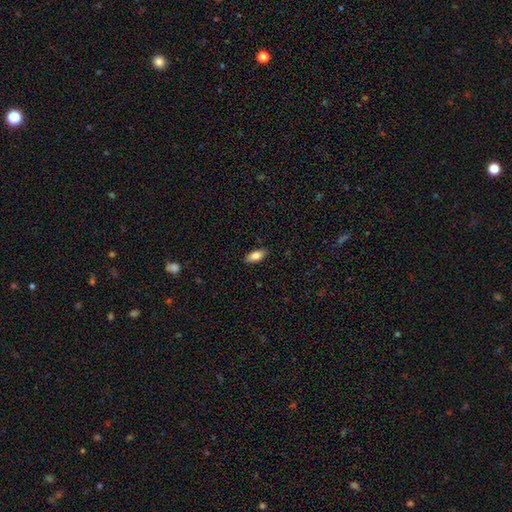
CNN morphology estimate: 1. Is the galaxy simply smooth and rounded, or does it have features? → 80% smooth, 13% featured or disk, 7% star or artifact.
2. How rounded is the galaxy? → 83% in between, 14% cigar-shaped, 2% round.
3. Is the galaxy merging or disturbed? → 89% none, 9% minor disturbance, 2% major disturbance, 1% merger.